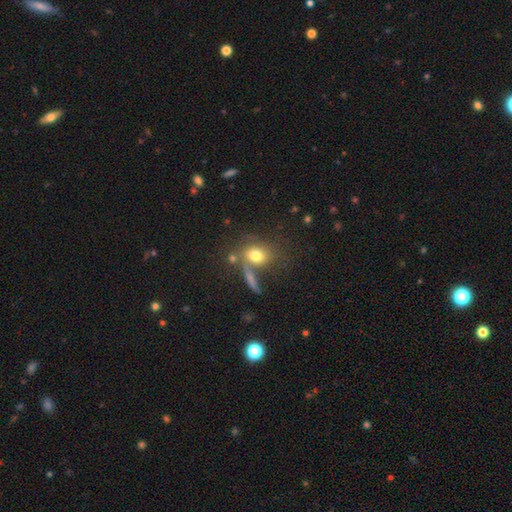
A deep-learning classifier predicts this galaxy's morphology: Smooth or featured: smooth — 71% (featured or disk — 16%)
How rounded: round — 53% (in between — 44%)
Merging: none — 54% (merger — 20%)